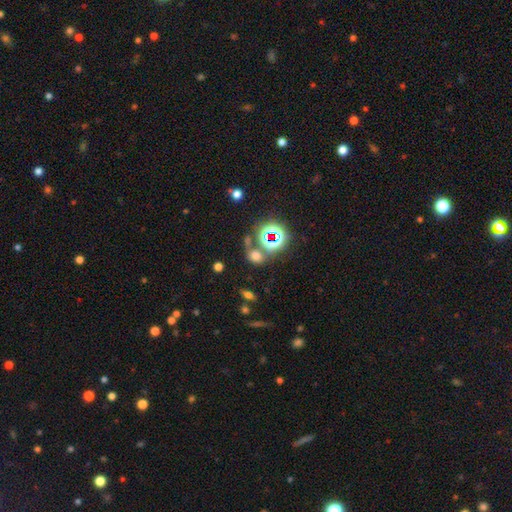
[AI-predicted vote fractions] smooth-or-featured: smooth: 54% | star or artifact: 38% | featured or disk: 8%
  how-rounded: round: 53% | in between: 45% | cigar-shaped: 2%
  merging: none: 61% | merger: 21% | minor disturbance: 11% | major disturbance: 6%